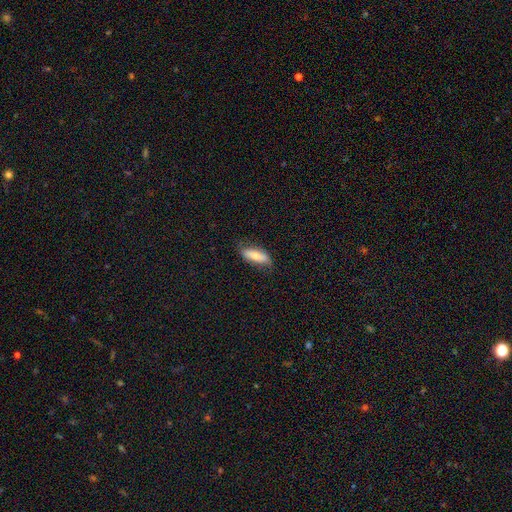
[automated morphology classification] Smooth or featured? smooth (70%)
How rounded? in between (62%)
Merging? none (70%)